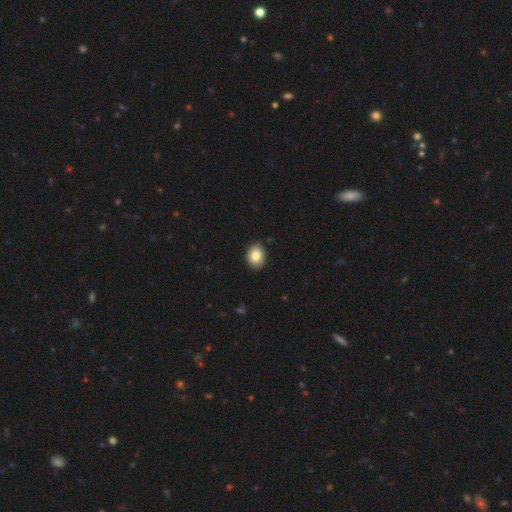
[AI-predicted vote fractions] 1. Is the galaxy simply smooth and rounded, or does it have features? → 85% smooth, 8% star or artifact, 7% featured or disk.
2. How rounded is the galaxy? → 62% in between, 38% round, 1% cigar-shaped.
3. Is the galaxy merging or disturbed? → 87% none, 10% minor disturbance, 2% major disturbance, 1% merger.